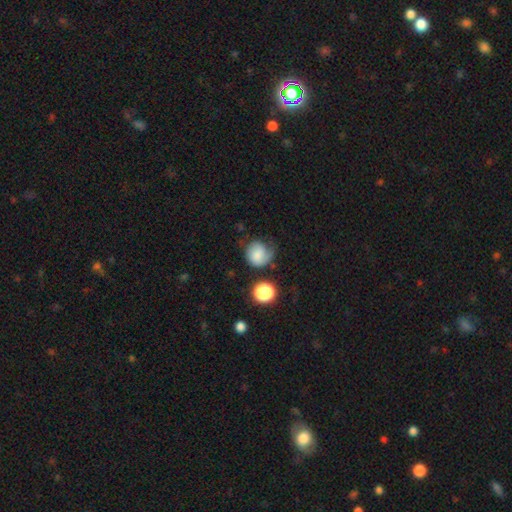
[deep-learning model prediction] Smooth or featured? Predicted: smooth (p=0.69). How rounded? Predicted: round (p=0.81). Merging? Predicted: none (p=0.46).